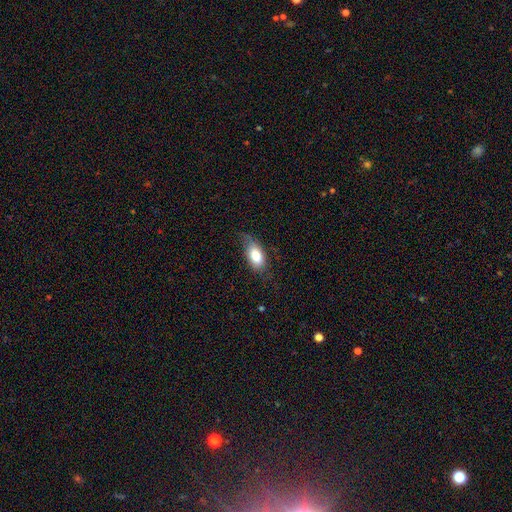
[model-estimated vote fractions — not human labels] Smooth or featured? Predicted: smooth (p=0.77). How rounded? Predicted: in between (p=0.89). Merging? Predicted: none (p=0.59).